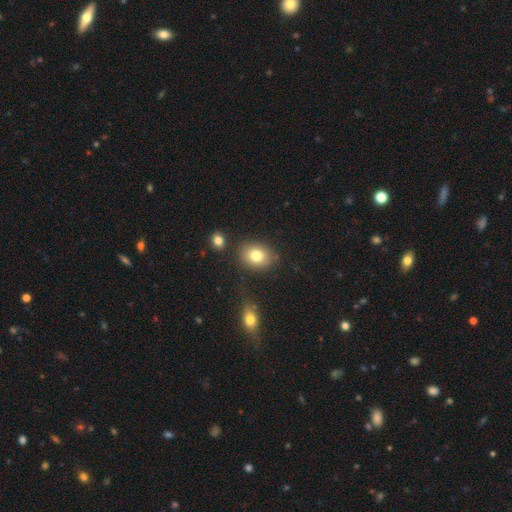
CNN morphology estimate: Overall: smooth (80%). How rounded: in between (56%; round 43%). Merging: none (79%).